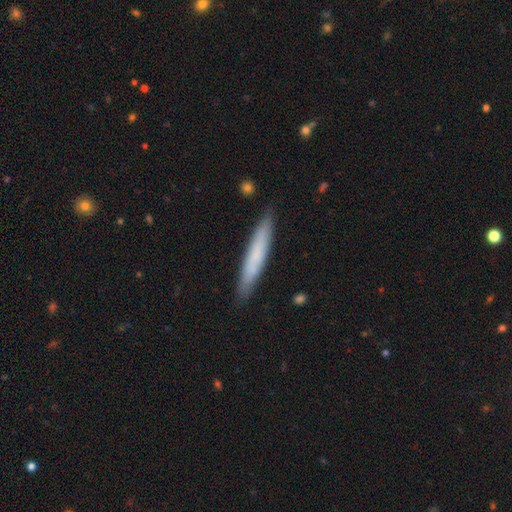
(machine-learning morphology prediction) A smooth galaxy with no disk features (65%) that is cigar-shaped (94%).

Vote fractions:
- Smooth or featured? smooth: 65% / featured or disk: 29% / star or artifact: 6%
- How rounded? cigar-shaped: 94% / in between: 5% / round: 1%
- Merging? none: 88% / minor disturbance: 9% / major disturbance: 2% / merger: 1%